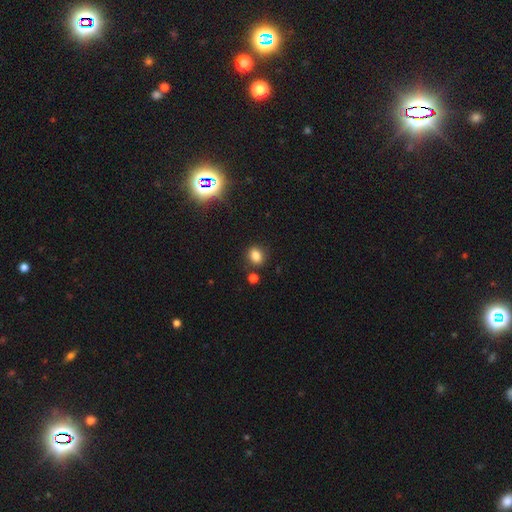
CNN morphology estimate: Smooth or featured? smooth (79%)
How rounded? in between (50%)
Merging? none (82%)